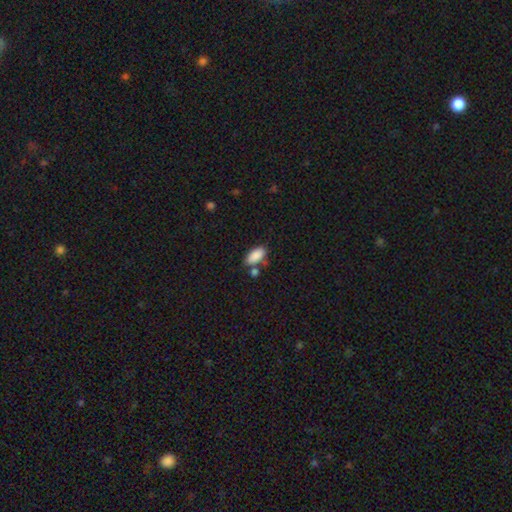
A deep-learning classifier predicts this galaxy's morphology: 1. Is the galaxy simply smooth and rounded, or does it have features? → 88% smooth, 7% star or artifact, 5% featured or disk.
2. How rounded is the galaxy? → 92% in between, 5% cigar-shaped, 2% round.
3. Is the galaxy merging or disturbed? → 65% none, 15% minor disturbance, 15% merger, 4% major disturbance.